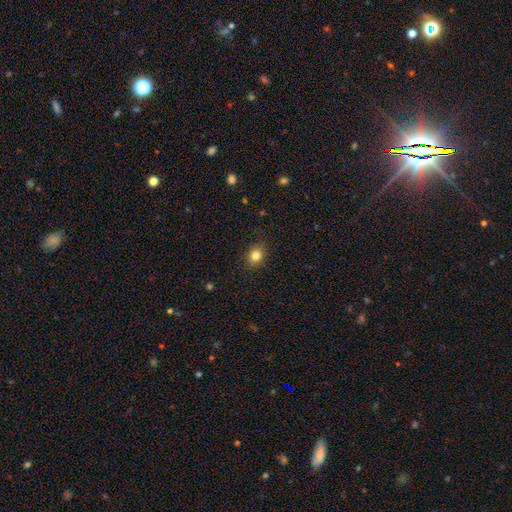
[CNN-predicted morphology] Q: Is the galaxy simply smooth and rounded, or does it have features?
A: smooth — 82%.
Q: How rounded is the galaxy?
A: round — 60%.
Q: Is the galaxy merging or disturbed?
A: none — 88%.